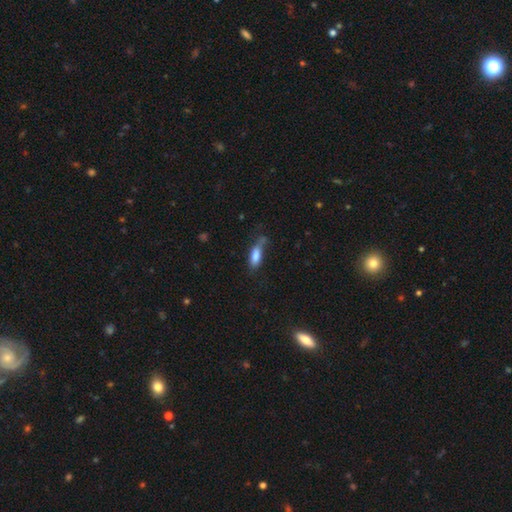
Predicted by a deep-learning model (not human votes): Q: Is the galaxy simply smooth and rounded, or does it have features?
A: smooth — 80%.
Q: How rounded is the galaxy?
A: in between — 68%.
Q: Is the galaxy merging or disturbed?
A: none — 47%.